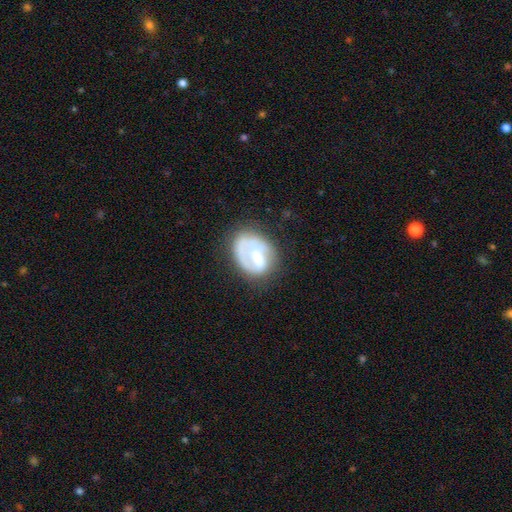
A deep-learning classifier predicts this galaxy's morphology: A featured or disk galaxy (58%) with no bar (57%), spiral arms (56%) and a moderate central bulge (41%).

Vote fractions:
- Smooth or featured? featured or disk: 58% / smooth: 35% / star or artifact: 7%
- Edge-on disk? no: 97% / yes: 3%
- Bar? no: 57% / weak: 33% / strong: 10%
- Spiral arms? yes: 56% / no: 44%
- Bulge size? moderate: 41% / small: 26% / none: 19% / large: 11% / dominant: 2%
- Merging? none: 49% / minor disturbance: 25% / major disturbance: 22% / merger: 4%